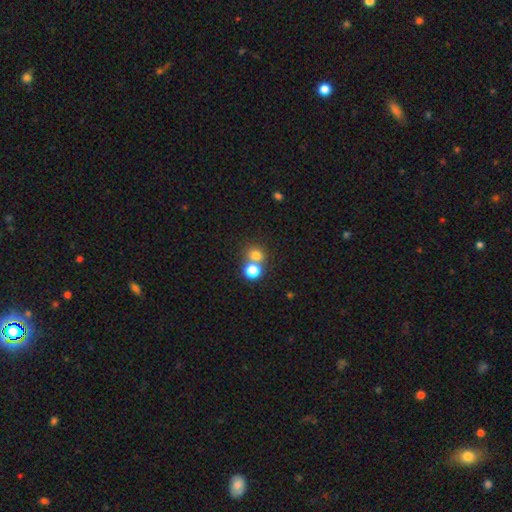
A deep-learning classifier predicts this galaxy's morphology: smooth_or_featured: smooth (p=0.75) [alt: star or artifact p=0.16]
how_rounded: round (p=0.77) [alt: in between p=0.22]
merging: none (p=0.49) [alt: merger p=0.41]